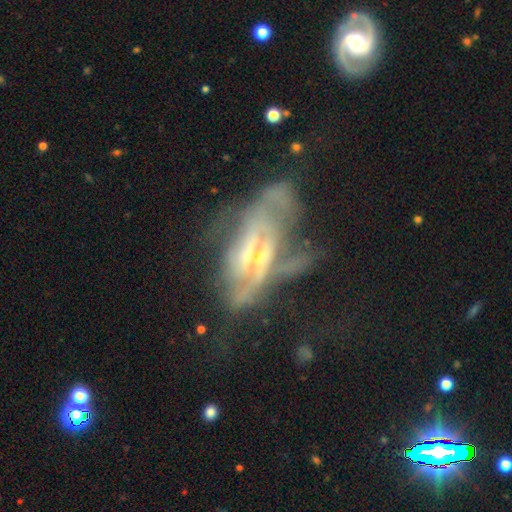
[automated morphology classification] Smooth or featured?
  - featured or disk: 72% *
  - smooth: 17%
  - star or artifact: 11%
Edge-on disk?
  - no: 71% *
  - yes: 29%
Bar?
  - no: 60% *
  - weak: 27%
  - strong: 14%
Spiral arms?
  - no: 54% *
  - yes: 46%
Bulge size?
  - small: 56% *
  - moderate: 32%
  - none: 6%
  - large: 4%
  - dominant: 2%
Merging?
  - major disturbance: 38% *
  - none: 30%
  - minor disturbance: 19%
  - merger: 13%